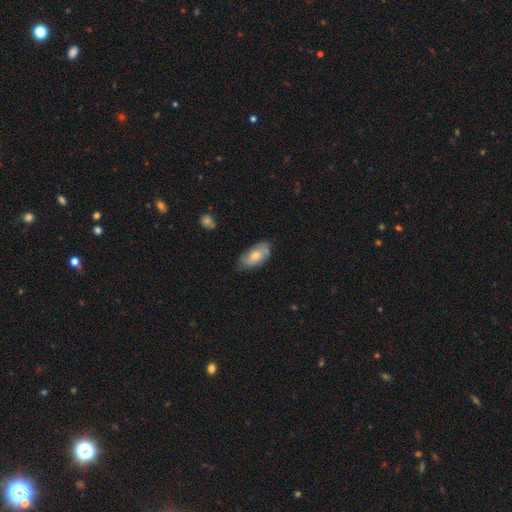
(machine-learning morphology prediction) smooth_or_featured: smooth (p=0.57) [alt: featured or disk p=0.37]
how_rounded: in between (p=0.92) [alt: cigar-shaped p=0.04]
merging: none (p=0.63) [alt: minor disturbance p=0.28]